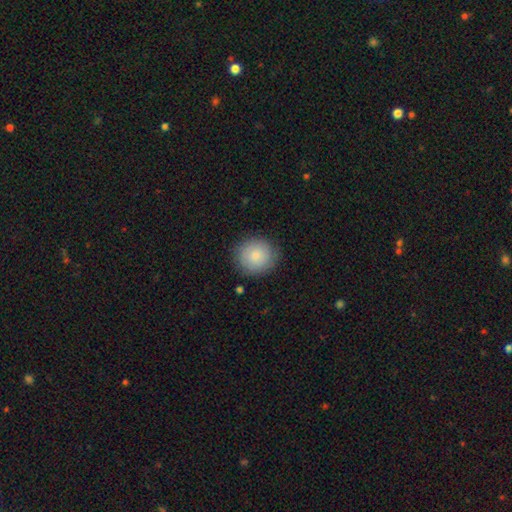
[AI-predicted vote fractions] Smooth or featured?
  - smooth: 84% *
  - featured or disk: 10%
  - star or artifact: 7%
How rounded?
  - round: 88% *
  - in between: 11%
  - cigar-shaped: 1%
Merging?
  - none: 84% *
  - minor disturbance: 11%
  - major disturbance: 3%
  - merger: 1%